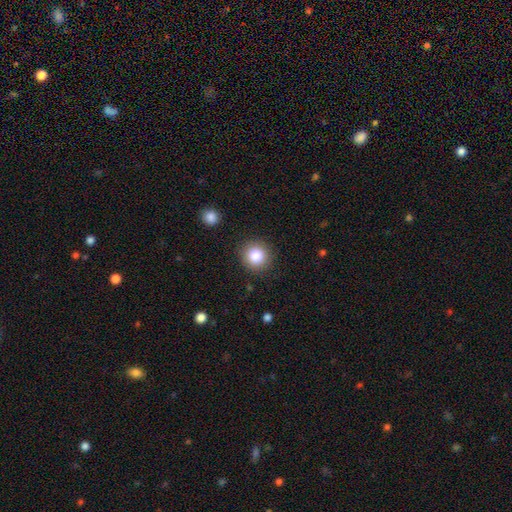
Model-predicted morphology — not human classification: Smooth or featured: smooth — 81% (star or artifact — 11%)
How rounded: round — 93% (in between — 6%)
Merging: none — 90% (minor disturbance — 6%)